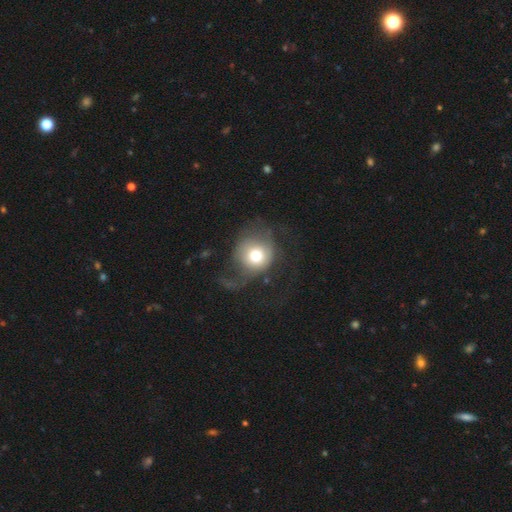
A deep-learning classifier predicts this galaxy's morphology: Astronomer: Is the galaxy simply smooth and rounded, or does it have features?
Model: smooth — 65%.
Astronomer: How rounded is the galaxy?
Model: round — 84%.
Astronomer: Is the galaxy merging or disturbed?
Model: major disturbance — 44% (runner-up: none, 32%).